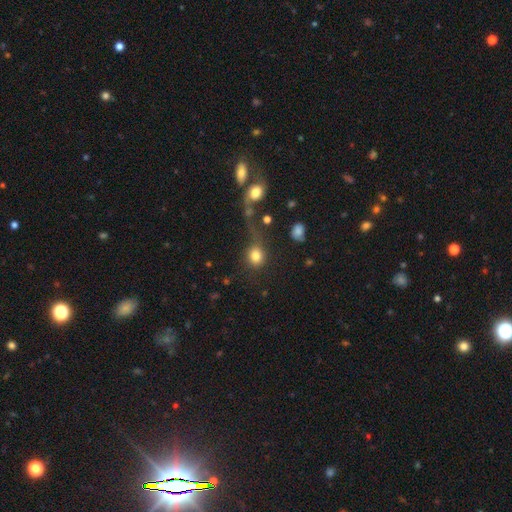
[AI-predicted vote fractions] Morphology: type=smooth (80%); roundness=round (72%); merging=none (41%).